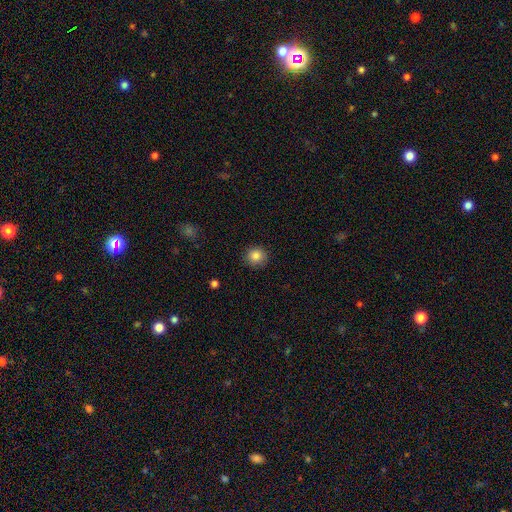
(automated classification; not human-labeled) A smooth galaxy with no disk features (84%) that is round (93%).

Vote fractions:
- Smooth or featured? smooth: 84% / star or artifact: 10% / featured or disk: 5%
- How rounded? round: 93% / in between: 6% / cigar-shaped: 1%
- Merging? none: 90% / minor disturbance: 7% / major disturbance: 2% / merger: 1%